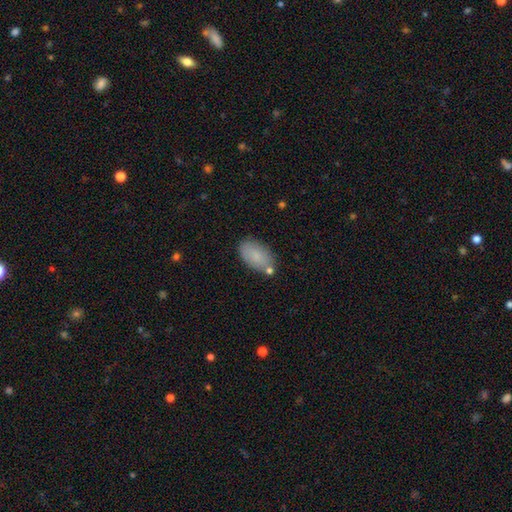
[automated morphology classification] Smooth or featured: smooth — 82% (featured or disk — 10%)
How rounded: in between — 94% (round — 5%)
Merging: none — 73% (minor disturbance — 16%)